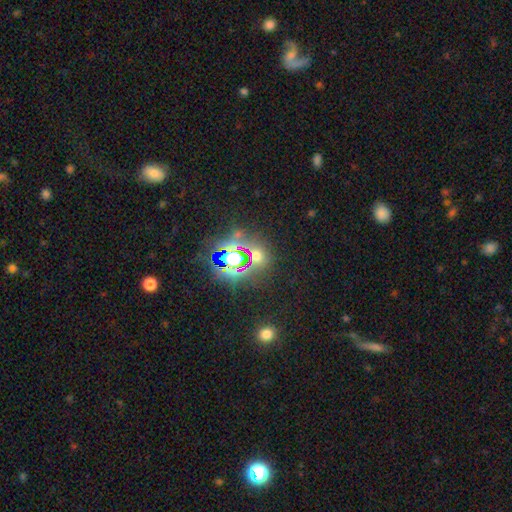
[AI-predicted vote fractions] Smooth or featured? Predicted: star or artifact (p=0.68).